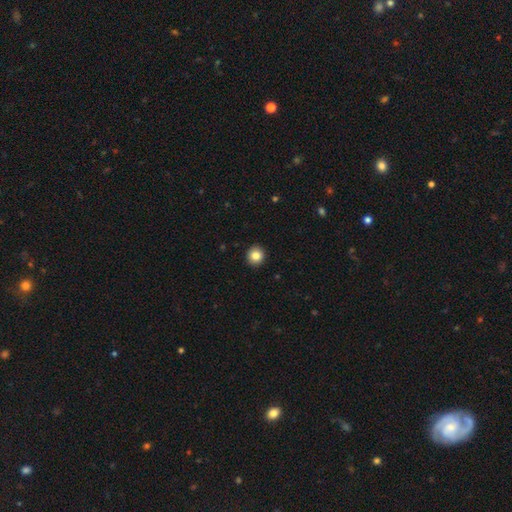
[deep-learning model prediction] A smooth galaxy with no disk features (84%) that is round (92%).

Vote fractions:
- Smooth or featured? smooth: 84% / star or artifact: 10% / featured or disk: 6%
- How rounded? round: 92% / in between: 7% / cigar-shaped: 1%
- Merging? none: 93% / minor disturbance: 4% / major disturbance: 1% / merger: 1%